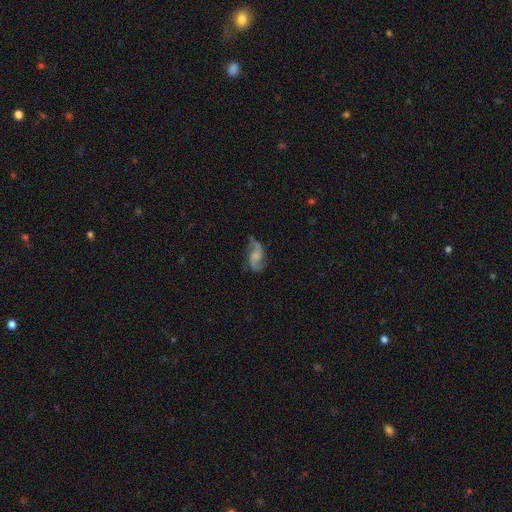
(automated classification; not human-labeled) featured or disk 81%, smooth 12%, star or artifact 7%. Down the decision tree: edge-on disk — no (97%); bar — no (51%); spiral arms — yes (95%); spiral arm count — 2 (92%); spiral winding — loose (68%); bulge size — none (43%); merging — none (70%).